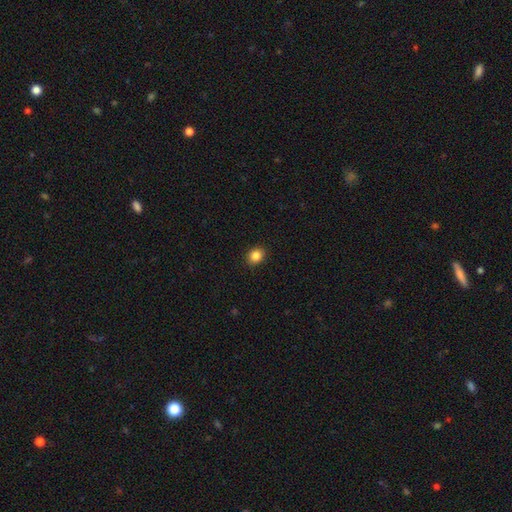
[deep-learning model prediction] smooth_or_featured: smooth (p=0.86) [alt: star or artifact p=0.10]
how_rounded: round (p=0.66) [alt: in between p=0.33]
merging: none (p=0.91) [alt: minor disturbance p=0.07]